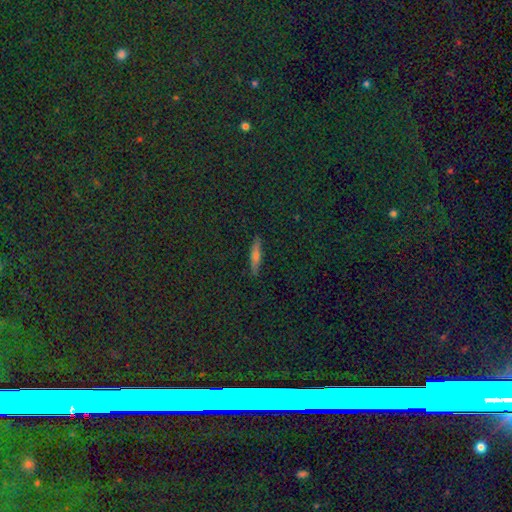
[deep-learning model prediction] Smooth or featured?
  - smooth: 50% *
  - featured or disk: 34%
  - star or artifact: 16%
Merging?
  - none: 90% *
  - minor disturbance: 7%
  - major disturbance: 2%
  - merger: 1%